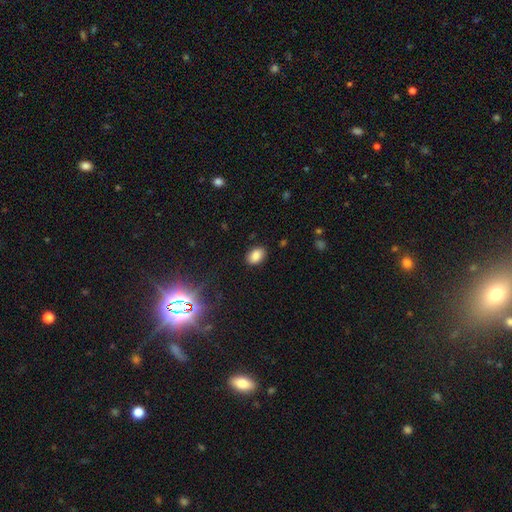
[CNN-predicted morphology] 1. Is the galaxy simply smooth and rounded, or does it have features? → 86% smooth, 10% star or artifact, 5% featured or disk.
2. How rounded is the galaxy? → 84% in between, 15% round, 1% cigar-shaped.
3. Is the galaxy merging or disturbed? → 87% none, 9% minor disturbance, 2% major disturbance, 1% merger.